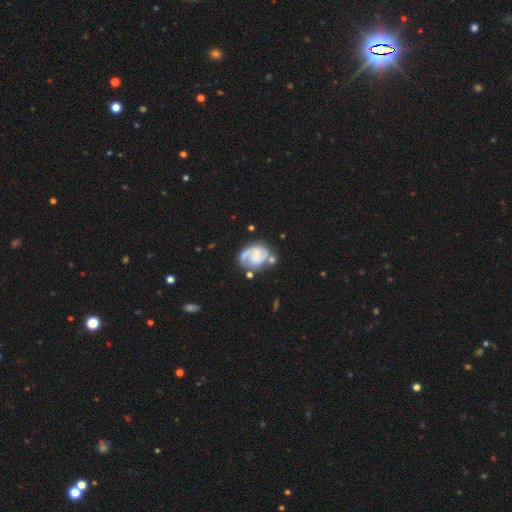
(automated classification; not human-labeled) The model was most divided on "bar": weak: 43%, no: 41%, strong: 16%. Remaining: edge-on disk — no (98%); spiral arms — yes (94%); smooth or featured — featured or disk (81%); spiral arm count — 2 (76%); merging — none (53%); spiral winding — medium (48%); bulge size — none (43%).